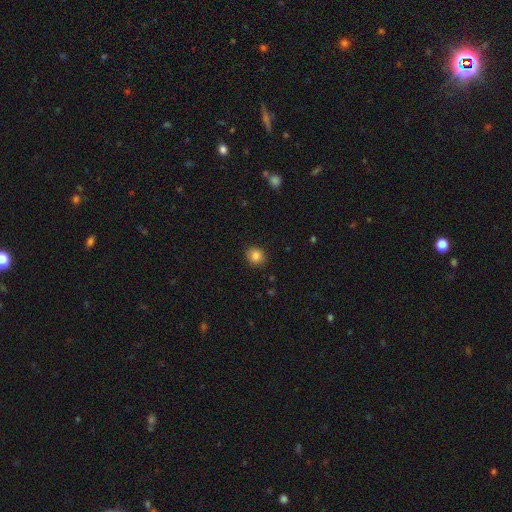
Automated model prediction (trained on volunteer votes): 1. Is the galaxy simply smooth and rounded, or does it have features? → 84% smooth, 10% star or artifact, 6% featured or disk.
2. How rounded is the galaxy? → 82% round, 17% in between, 1% cigar-shaped.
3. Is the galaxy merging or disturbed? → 89% none, 8% minor disturbance, 2% major disturbance, 1% merger.